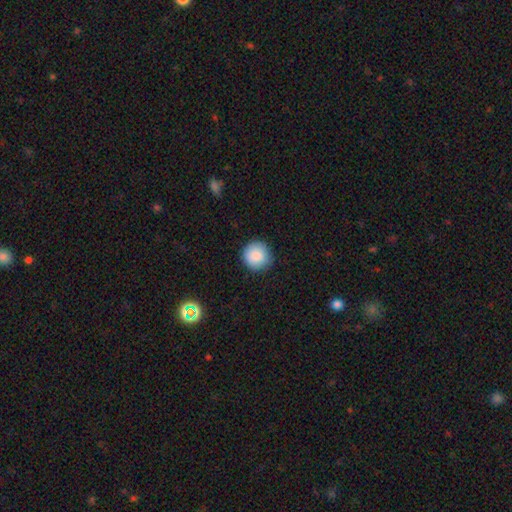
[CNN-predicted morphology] type=smooth (88%); roundness=round (95%); merging=none (88%).